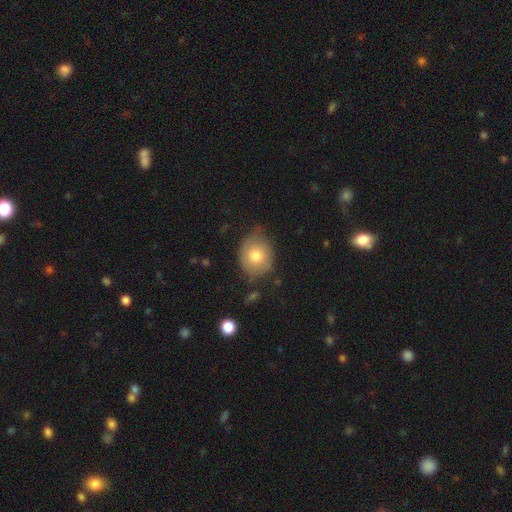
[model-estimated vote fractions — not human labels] This is likely a smooth galaxy (73%). How rounded: likely round (63%). Merging: likely none (62%).